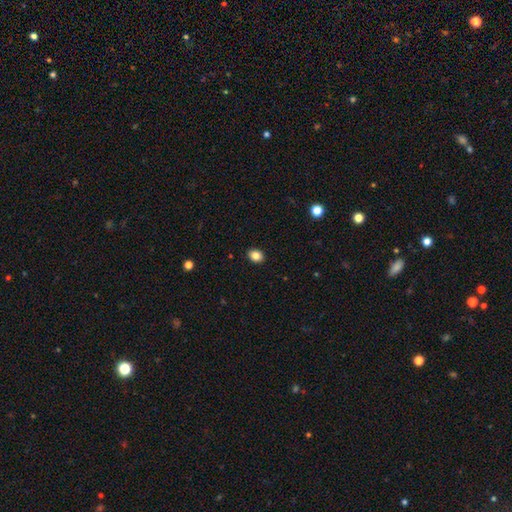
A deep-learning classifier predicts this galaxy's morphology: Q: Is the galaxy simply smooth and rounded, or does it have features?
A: smooth — 85%.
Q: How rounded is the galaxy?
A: in between — 54%.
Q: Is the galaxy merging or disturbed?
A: none — 91%.